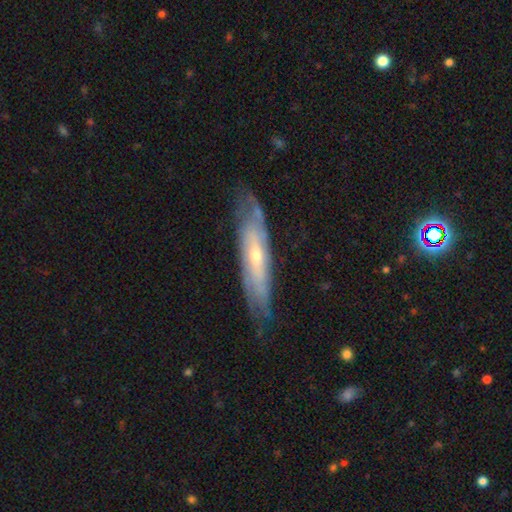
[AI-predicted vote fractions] smooth_or_featured: featured or disk (p=0.72) [alt: smooth p=0.21]
disk_edge_on: no (p=0.56) [alt: yes p=0.44]
merging: none (p=0.72) [alt: minor disturbance p=0.20]